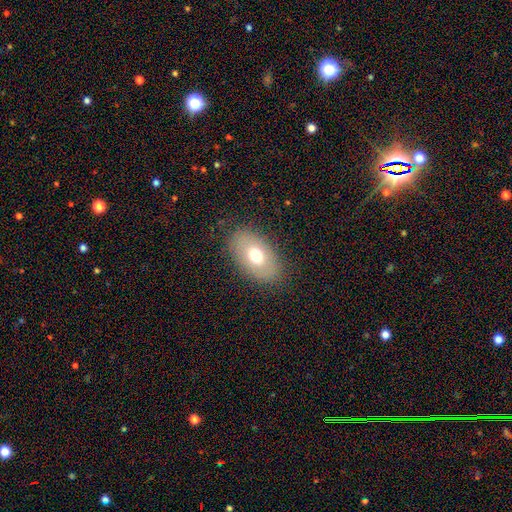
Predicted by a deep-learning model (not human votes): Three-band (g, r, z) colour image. It shows a smooth galaxy with no disk features (67%) that is in between round and cigar-shaped (90%). Merging: none (84%).